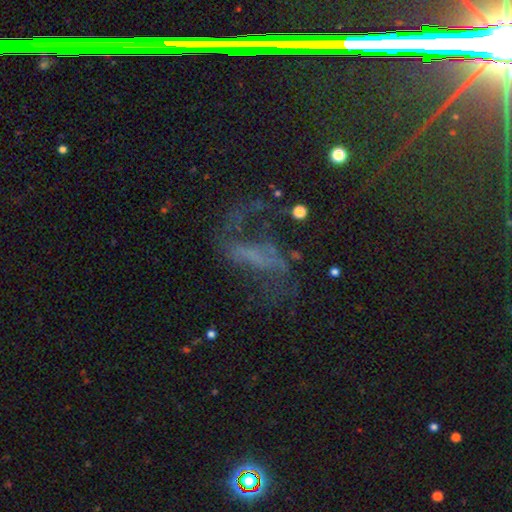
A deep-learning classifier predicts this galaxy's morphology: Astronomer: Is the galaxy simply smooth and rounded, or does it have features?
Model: featured or disk — 52% (runner-up: star or artifact, 29%).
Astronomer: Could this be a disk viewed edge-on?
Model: no — 90%.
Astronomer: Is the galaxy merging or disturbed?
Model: none — 41% (runner-up: major disturbance, 38%).